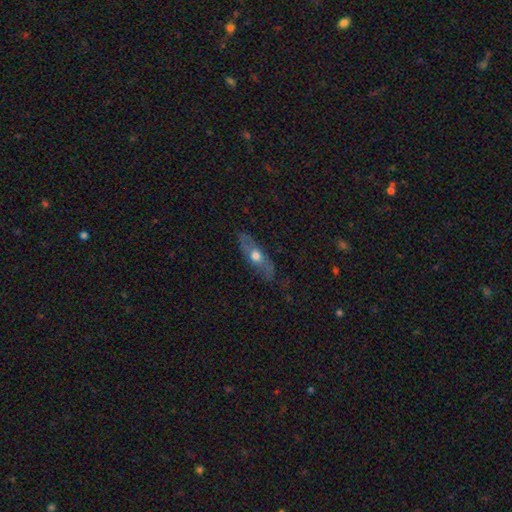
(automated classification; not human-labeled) Overall: featured or disk (50%; smooth 43%). Merging: none (73%).